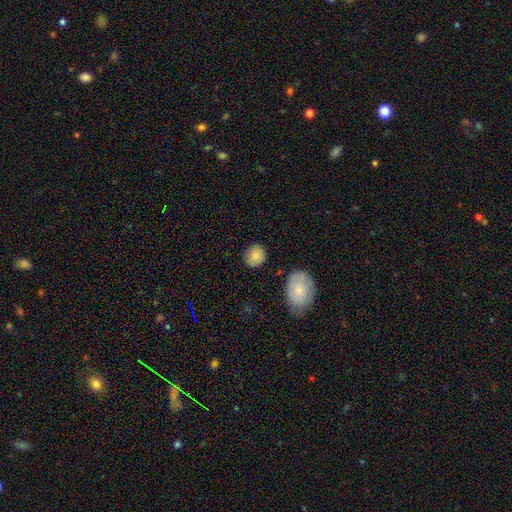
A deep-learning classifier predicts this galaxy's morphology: Q: Smooth or featured?
A: smooth (86%); runner-up: star or artifact (7%)
Q: How rounded?
A: round (81%); runner-up: in between (18%)
Q: Merging?
A: none (81%); runner-up: minor disturbance (13%)